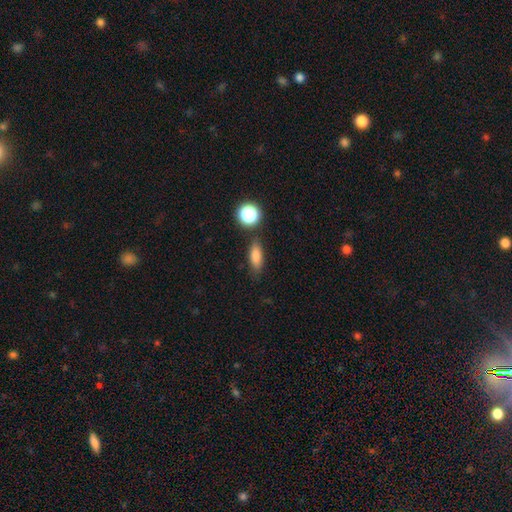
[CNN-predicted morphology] Q: Smooth or featured?
A: smooth (81%); runner-up: star or artifact (11%)
Q: How rounded?
A: in between (60%); runner-up: cigar-shaped (31%)
Q: Merging?
A: none (78%); runner-up: minor disturbance (13%)